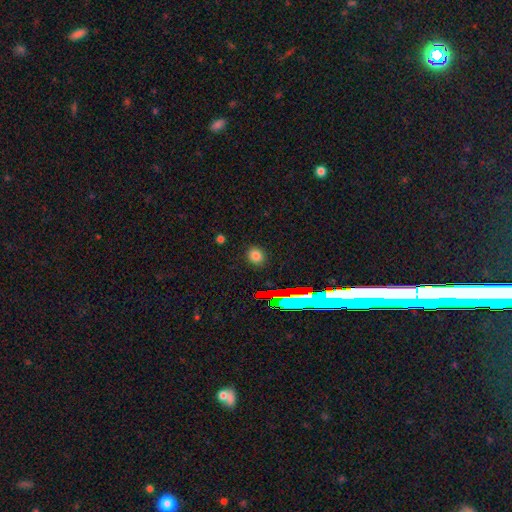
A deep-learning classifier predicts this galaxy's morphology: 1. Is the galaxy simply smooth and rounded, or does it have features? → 75% smooth, 19% star or artifact, 6% featured or disk.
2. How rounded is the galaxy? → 80% round, 19% in between, 1% cigar-shaped.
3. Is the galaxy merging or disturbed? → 89% none, 7% minor disturbance, 2% major disturbance, 1% merger.